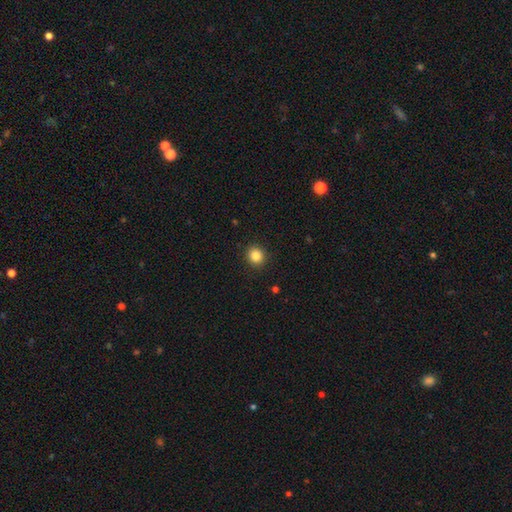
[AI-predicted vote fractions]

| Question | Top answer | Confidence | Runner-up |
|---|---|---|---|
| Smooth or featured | smooth | 85% | star or artifact (11%) |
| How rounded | round | 88% | in between (11%) |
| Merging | none | 92% | minor disturbance (5%) |